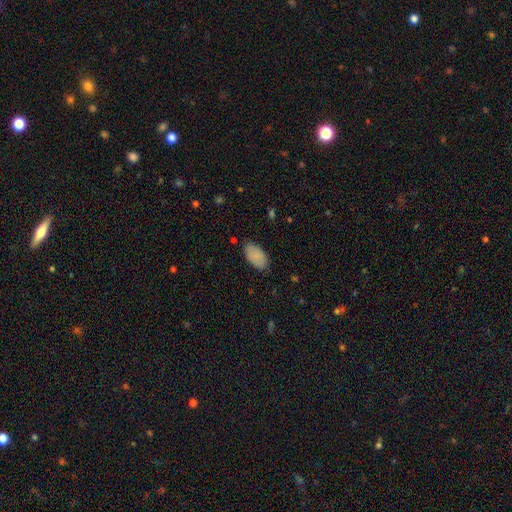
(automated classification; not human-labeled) smooth_or_featured: smooth (p=0.86) [alt: featured or disk p=0.07]
how_rounded: in between (p=0.95) [alt: round p=0.03]
merging: none (p=0.81) [alt: minor disturbance p=0.15]